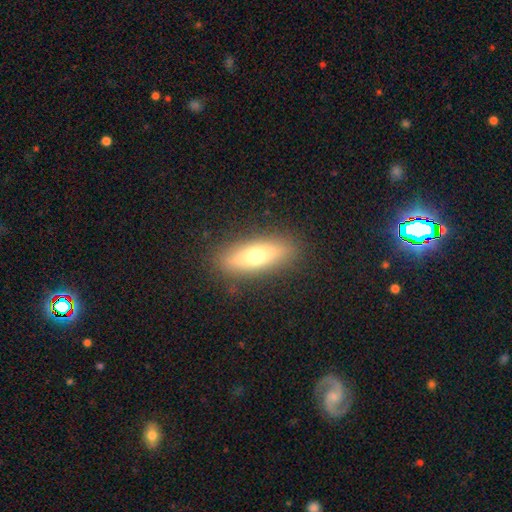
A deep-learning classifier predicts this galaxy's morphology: Smooth or featured? Predicted: smooth (p=0.60). How rounded? Predicted: cigar-shaped (p=0.51). Merging? Predicted: none (p=0.88).